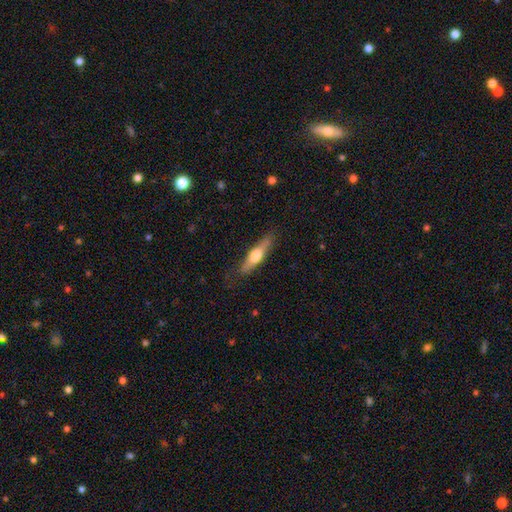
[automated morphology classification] A smooth galaxy with no disk features (50%).

Vote fractions:
- Smooth or featured? smooth: 50% / featured or disk: 45% / star or artifact: 5%
- Merging? none: 79% / minor disturbance: 16% / major disturbance: 4% / merger: 1%